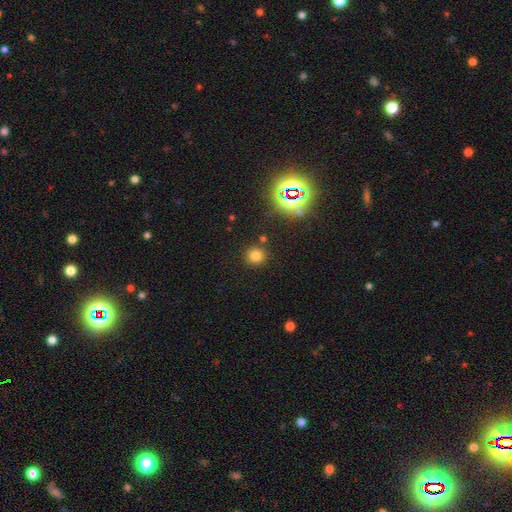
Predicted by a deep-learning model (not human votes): Morphology: type=smooth (75%); roundness=round (90%); merging=none (85%).